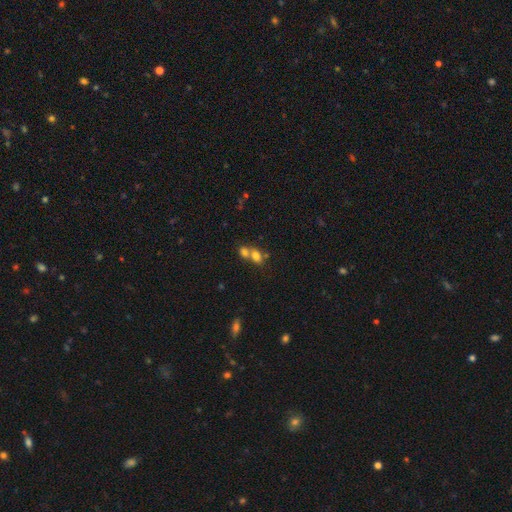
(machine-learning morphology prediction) A smooth galaxy with no disk features (74%) that is in between round and cigar-shaped (56%). Merging: merger (64%).